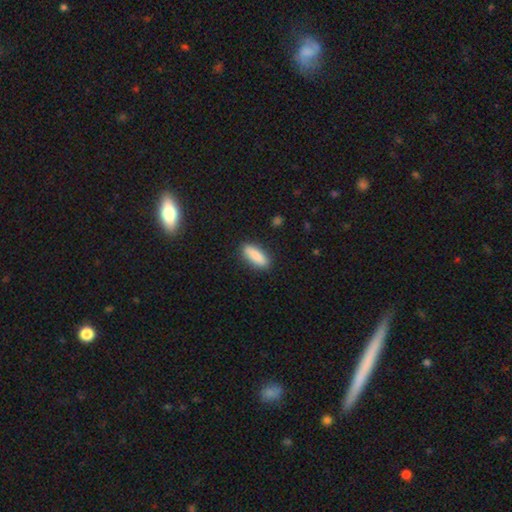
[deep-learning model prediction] Overall: smooth (88%). How rounded: in between (59%; cigar-shaped 39%). Merging: none (88%).